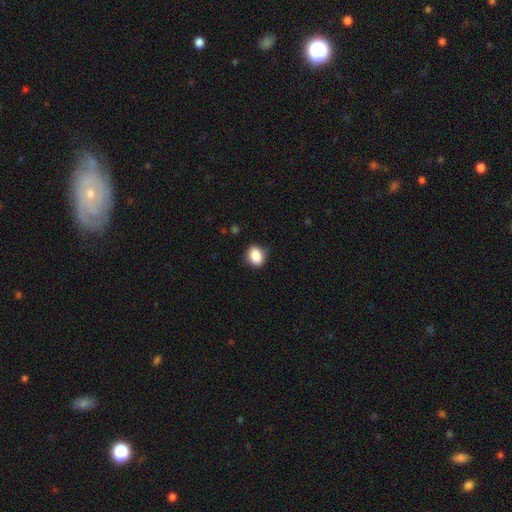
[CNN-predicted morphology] This appears to be a smooth galaxy with no disk features (87%) that is in between round and cigar-shaped (55%). Merging: none (84%).